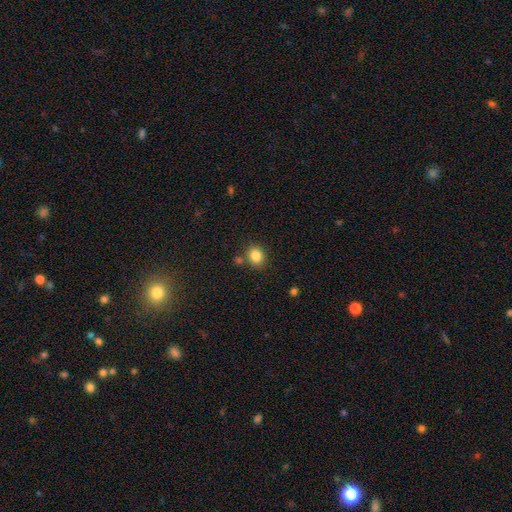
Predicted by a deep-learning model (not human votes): This appears to be a smooth galaxy with no disk features (84%) that is round (70%). Merging: none (77%).